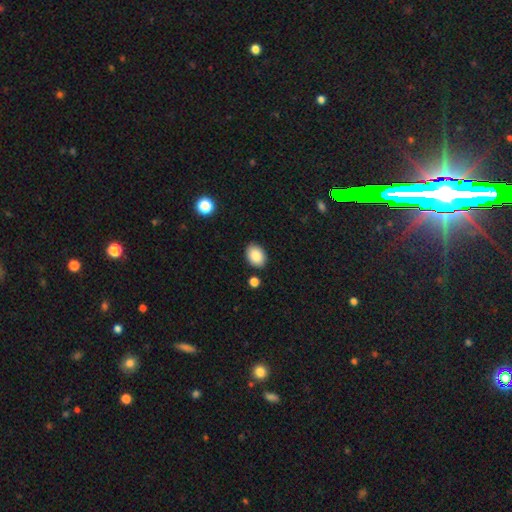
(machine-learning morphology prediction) smooth 88%, star or artifact 7%, featured or disk 5%. Down the decision tree: how rounded — in between (80%); merging — none (85%).